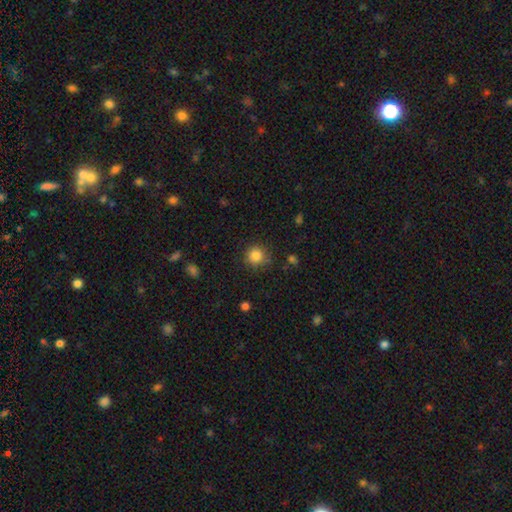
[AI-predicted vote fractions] Q: Smooth or featured?
A: smooth (84%); runner-up: star or artifact (11%)
Q: How rounded?
A: round (93%); runner-up: in between (6%)
Q: Merging?
A: none (85%); runner-up: minor disturbance (10%)